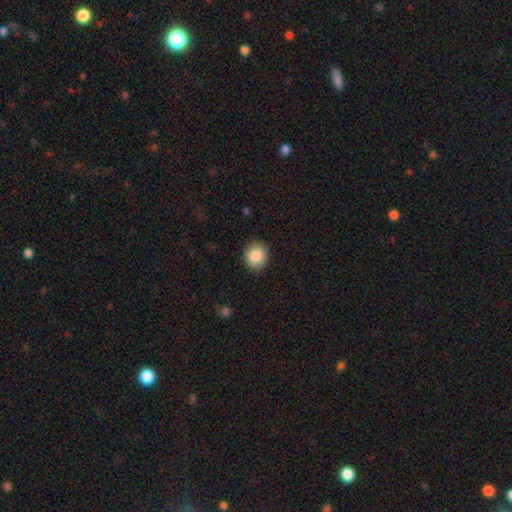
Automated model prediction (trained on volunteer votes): Smooth or featured? smooth (87%)
How rounded? round (69%)
Merging? none (89%)